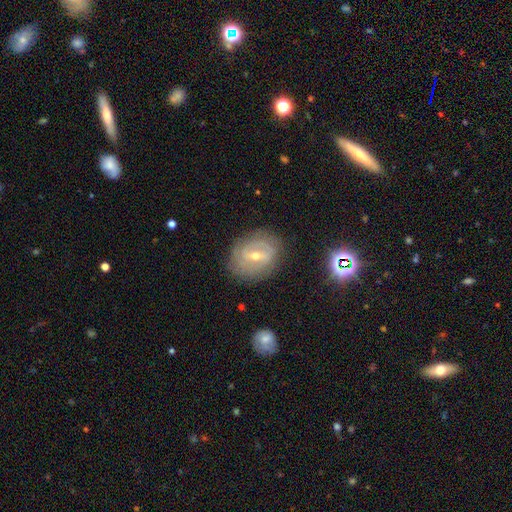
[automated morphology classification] smooth_or_featured: featured or disk (p=0.75) [alt: smooth p=0.16]
disk_edge_on: no (p=0.94) [alt: yes p=0.06]
bar: weak (p=0.44) [alt: strong p=0.40]
has_spiral_arms: yes (p=0.74) [alt: no p=0.26]
spiral_winding: tight (p=0.60) [alt: medium p=0.29]
spiral_arm_count: 2 (p=0.43) [alt: can't tell p=0.39]
bulge_size: moderate (p=0.49) [tied with: small p=0.49]
merging: none (p=0.78) [alt: minor disturbance p=0.15]